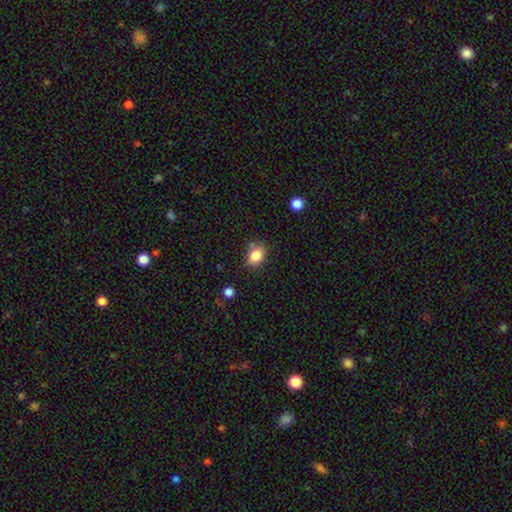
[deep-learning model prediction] Smooth or featured? Predicted: smooth (p=0.84). How rounded? Predicted: in between (p=0.68). Merging? Predicted: none (p=0.72).